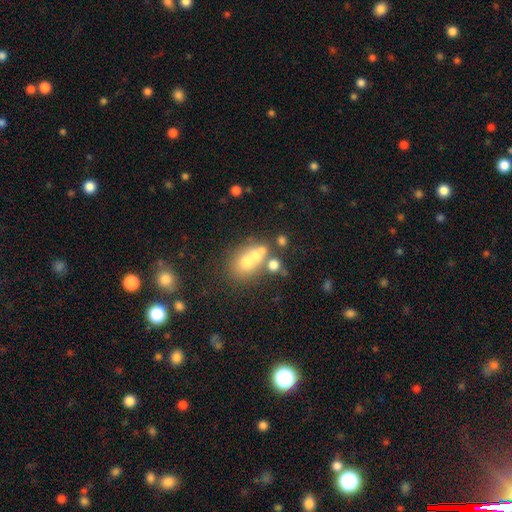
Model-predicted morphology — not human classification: smooth_or_featured: smooth (p=0.56) [alt: featured or disk p=0.28]
how_rounded: round (p=0.52) [alt: in between p=0.47]
merging: merger (p=0.45) [alt: none p=0.35]